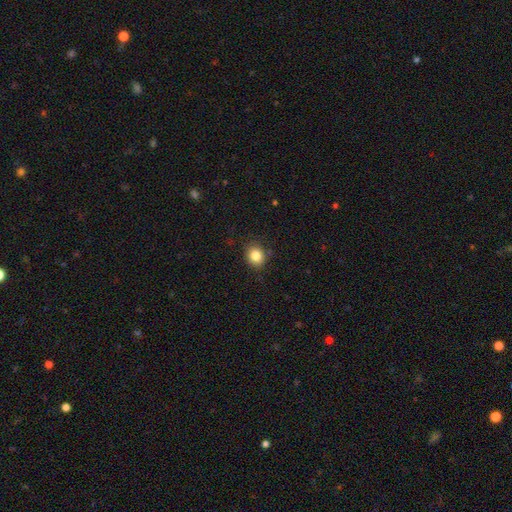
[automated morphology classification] Smooth or featured? Predicted: smooth (p=0.83). How rounded? Predicted: round (p=0.74). Merging? Predicted: none (p=0.86).